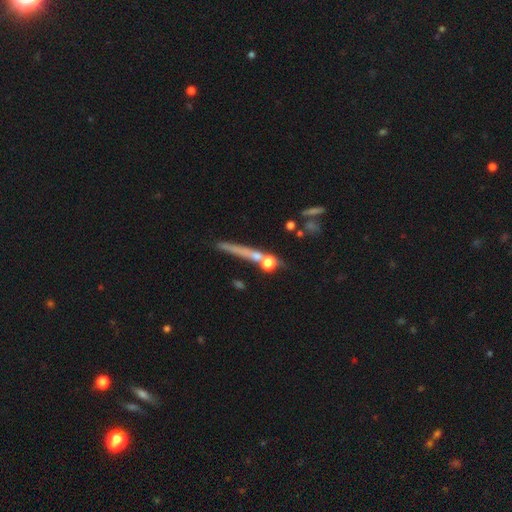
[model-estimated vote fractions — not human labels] A featured or disk galaxy (43%).

Vote fractions:
- Smooth or featured? featured or disk: 43% / smooth: 35% / star or artifact: 22%
- Merging? none: 68% / merger: 14% / minor disturbance: 12% / major disturbance: 7%